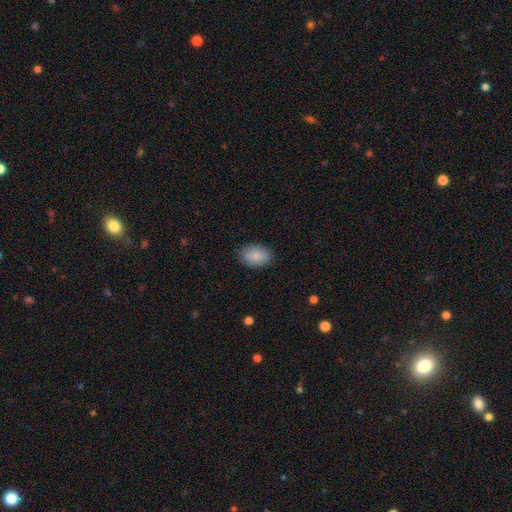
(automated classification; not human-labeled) Overall: smooth (87%). How rounded: in between (87%). Merging: none (87%).